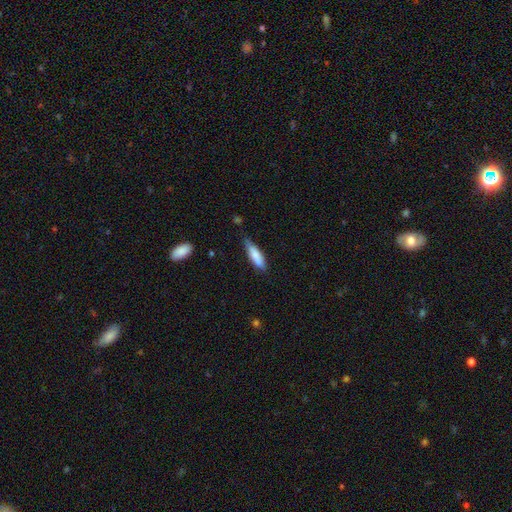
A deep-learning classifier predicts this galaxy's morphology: Q: Smooth or featured?
A: smooth (79%); runner-up: featured or disk (16%)
Q: How rounded?
A: cigar-shaped (56%); runner-up: in between (43%)
Q: Merging?
A: none (61%); runner-up: minor disturbance (31%)